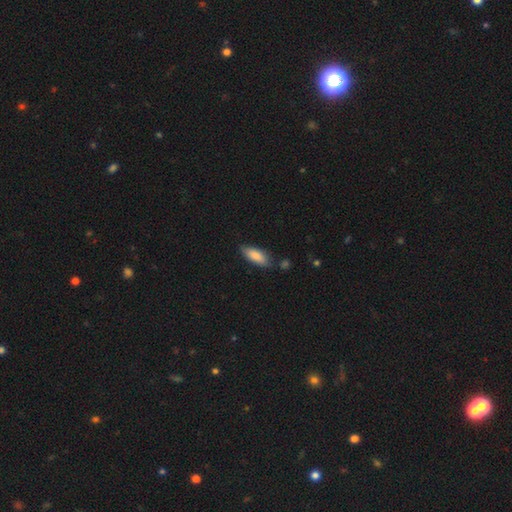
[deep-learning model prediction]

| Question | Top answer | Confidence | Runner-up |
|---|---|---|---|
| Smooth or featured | smooth | 84% | featured or disk (10%) |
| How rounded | in between | 71% | cigar-shaped (27%) |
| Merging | none | 76% | minor disturbance (17%) |